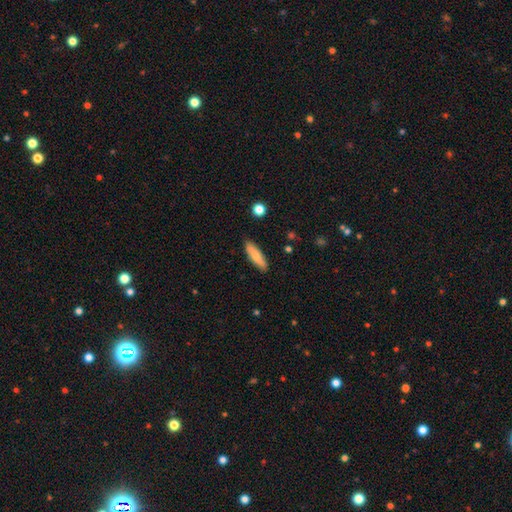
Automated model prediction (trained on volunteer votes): A smooth galaxy with no disk features (77%) that is cigar-shaped (67%).

Vote fractions:
- Smooth or featured? smooth: 77% / featured or disk: 17% / star or artifact: 6%
- How rounded? cigar-shaped: 67% / in between: 31% / round: 2%
- Merging? none: 88% / minor disturbance: 9% / major disturbance: 2% / merger: 1%